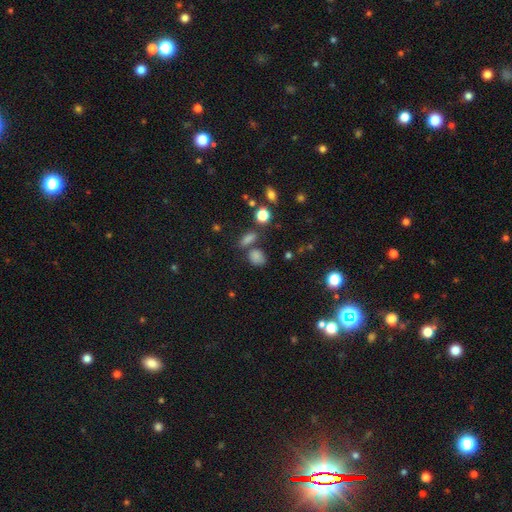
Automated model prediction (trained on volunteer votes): This is likely a smooth galaxy (70%). How rounded: possibly in between (50%). Merging: likely none (62%).